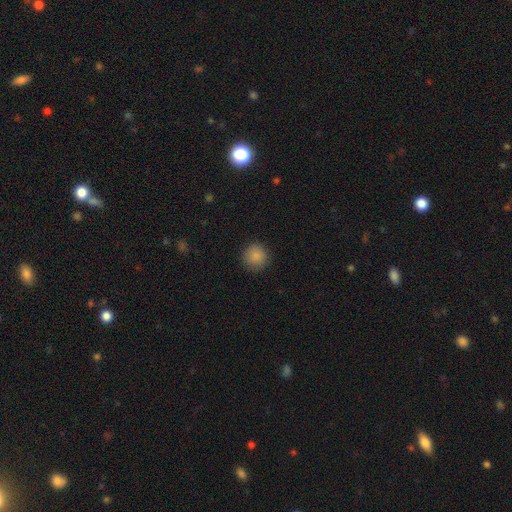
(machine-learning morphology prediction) Q: Smooth or featured?
A: smooth (87%); runner-up: star or artifact (10%)
Q: How rounded?
A: round (94%); runner-up: in between (5%)
Q: Merging?
A: none (89%); runner-up: minor disturbance (8%)